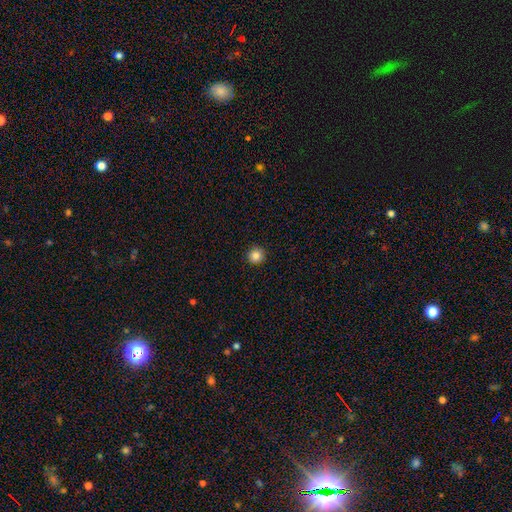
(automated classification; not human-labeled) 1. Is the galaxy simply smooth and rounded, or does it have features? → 84% smooth, 10% star or artifact, 5% featured or disk.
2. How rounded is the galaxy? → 95% round, 4% in between, 1% cigar-shaped.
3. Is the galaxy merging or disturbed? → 93% none, 5% minor disturbance, 1% major disturbance, 1% merger.